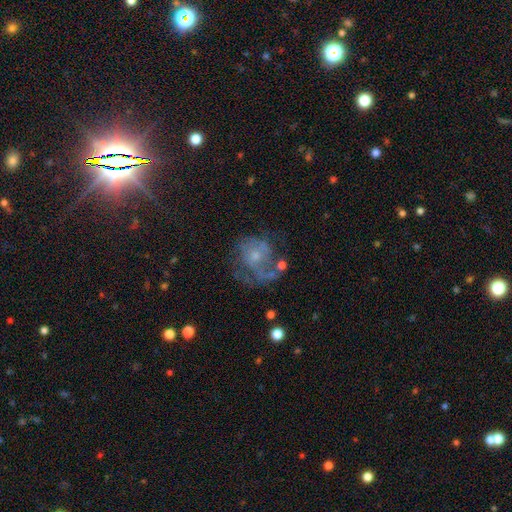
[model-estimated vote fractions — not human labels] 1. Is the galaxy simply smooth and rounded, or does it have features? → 65% featured or disk, 24% smooth, 11% star or artifact.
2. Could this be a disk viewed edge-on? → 98% no, 2% yes.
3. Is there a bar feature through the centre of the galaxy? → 78% no, 19% weak, 3% strong.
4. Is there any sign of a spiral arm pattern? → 71% yes, 29% no.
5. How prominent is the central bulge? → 52% small, 35% moderate, 8% none, 3% large, 1% dominant.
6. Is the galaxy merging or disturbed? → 40% none, 34% major disturbance, 21% minor disturbance, 6% merger.